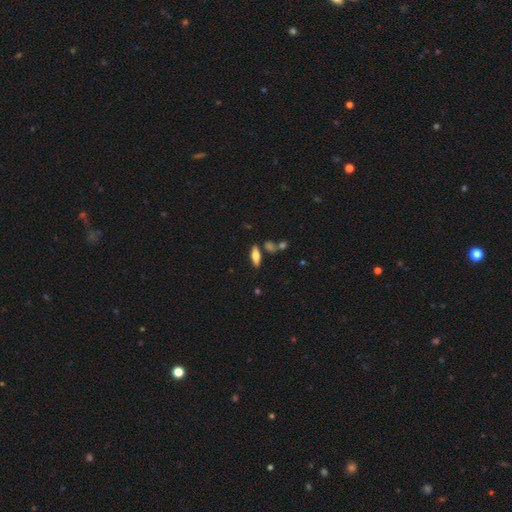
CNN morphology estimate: type=smooth (61%); roundness=in between (61%); merging=none (79%).